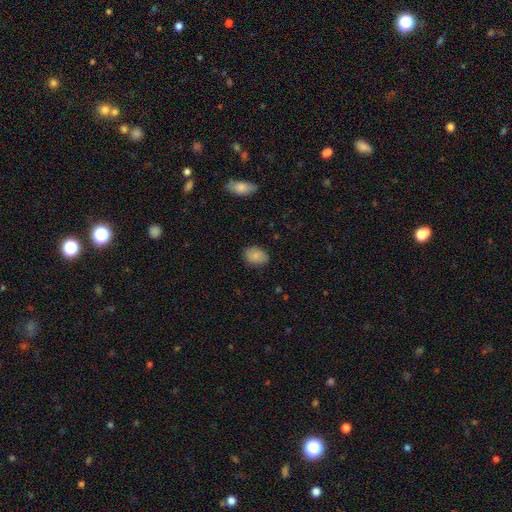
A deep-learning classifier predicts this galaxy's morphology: Smooth or featured? Predicted: smooth (p=0.86). How rounded? Predicted: in between (p=0.77). Merging? Predicted: none (p=0.84).